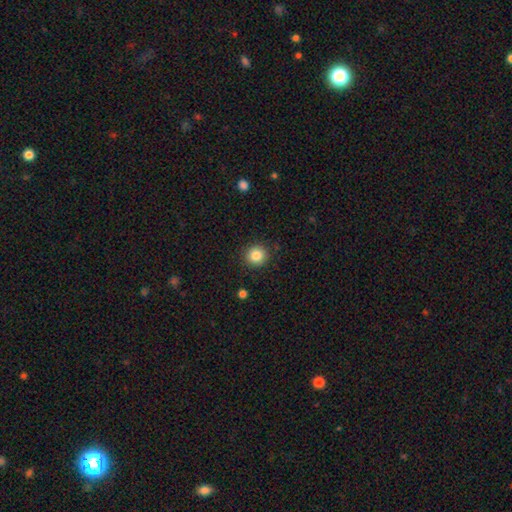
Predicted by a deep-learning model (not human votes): Overall: smooth (85%). How rounded: round (92%). Merging: none (90%).